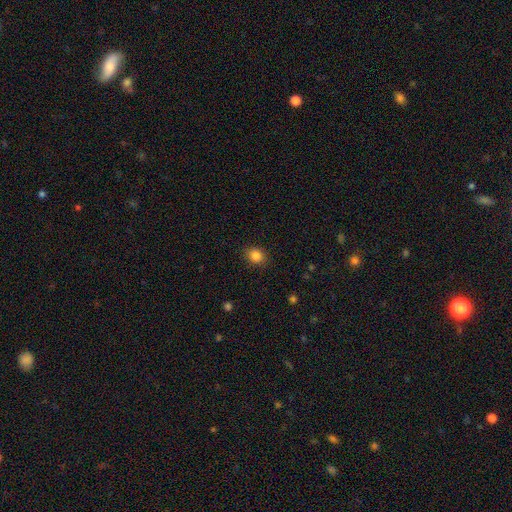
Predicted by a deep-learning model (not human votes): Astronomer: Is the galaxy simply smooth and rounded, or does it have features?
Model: smooth — 85%.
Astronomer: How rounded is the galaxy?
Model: round — 60% (runner-up: in between, 39%).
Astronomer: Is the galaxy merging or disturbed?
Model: none — 88%.